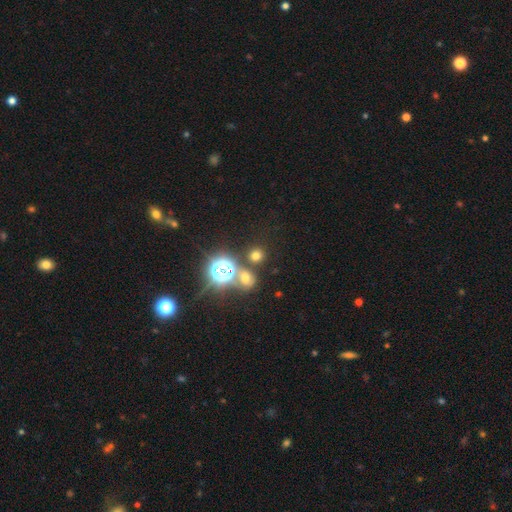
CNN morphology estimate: type=smooth (64%); roundness=round (87%); merging=none (78%).